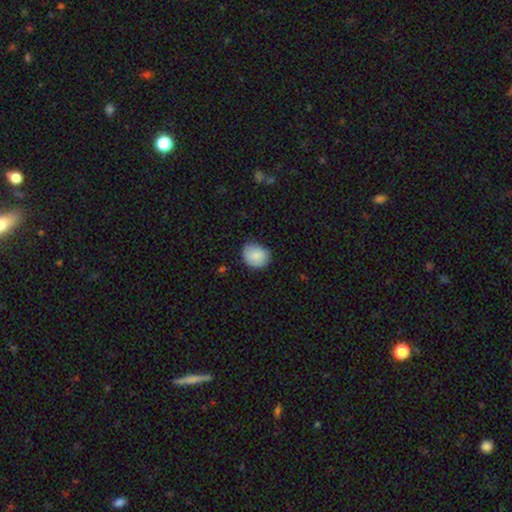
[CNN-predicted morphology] smooth-or-featured: smooth: 85% | featured or disk: 8% | star or artifact: 7%
  how-rounded: round: 62% | in between: 38% | cigar-shaped: 1%
  merging: none: 70% | minor disturbance: 25% | major disturbance: 4% | merger: 1%